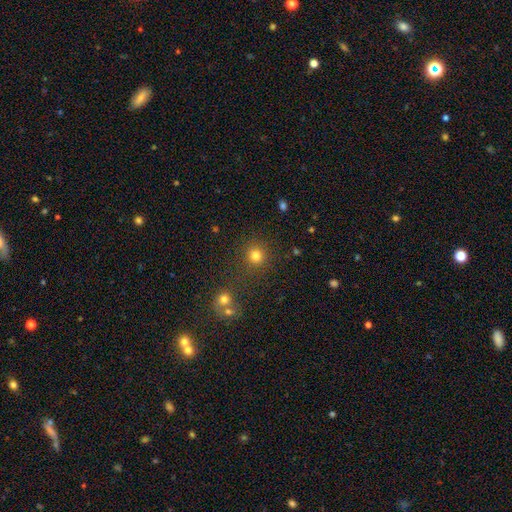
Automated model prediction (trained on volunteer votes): Smooth or featured: smooth — 80% (star or artifact — 15%)
How rounded: round — 92% (in between — 7%)
Merging: none — 81% (minor disturbance — 8%)